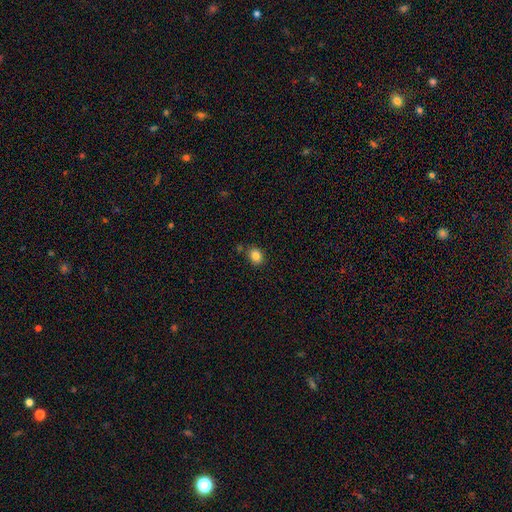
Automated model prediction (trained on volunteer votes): The model was most divided on "how rounded": round: 53%, in between: 46%, cigar-shaped: 1%. More confident: smooth or featured — smooth (84%); merging — none (82%).